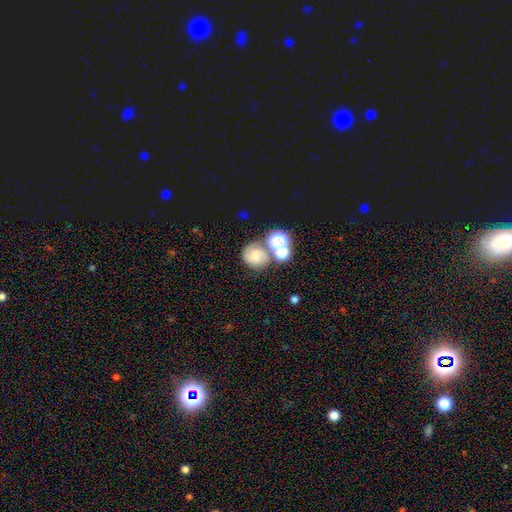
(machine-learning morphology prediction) smooth 47%, featured or disk 33%, star or artifact 20%. Down the decision tree: merging — none (45%).